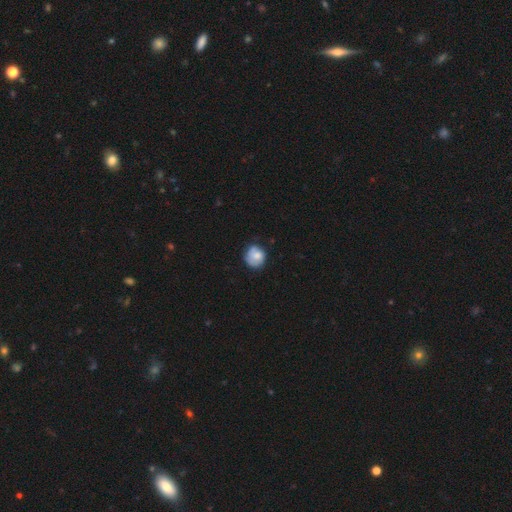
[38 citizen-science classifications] Overall: smooth (66%; featured or disk 26%). How rounded: round (84%). Merging: none (66%).